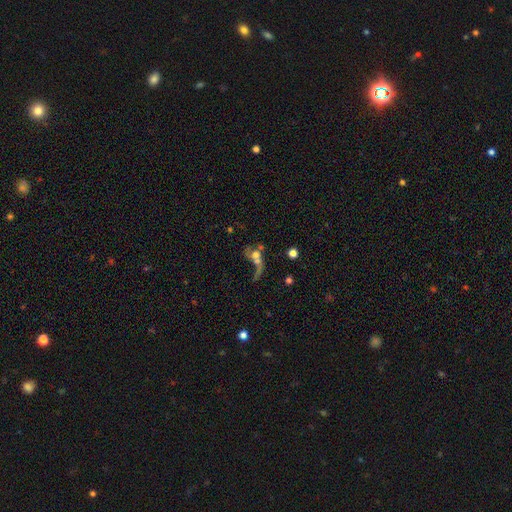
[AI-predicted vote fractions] featured or disk 48%, smooth 36%, star or artifact 17%. Down the decision tree: merging — merger (42%).